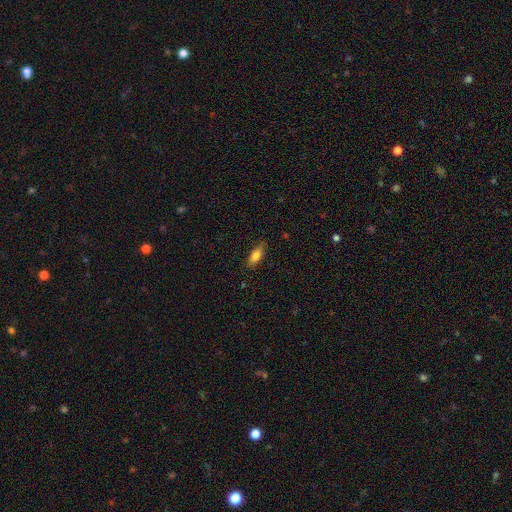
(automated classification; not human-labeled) Smooth or featured? smooth (78%)
How rounded? in between (69%)
Merging? none (81%)